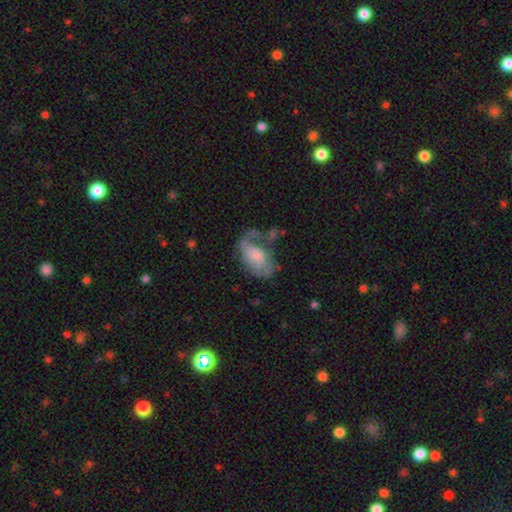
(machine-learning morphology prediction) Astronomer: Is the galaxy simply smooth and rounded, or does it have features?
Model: featured or disk — 58% (runner-up: smooth, 35%).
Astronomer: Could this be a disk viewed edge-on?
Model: no — 97%.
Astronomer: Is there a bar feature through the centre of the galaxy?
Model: no — 64%.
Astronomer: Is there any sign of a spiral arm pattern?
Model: yes — 76%.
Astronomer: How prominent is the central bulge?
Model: small — 30% (runner-up: moderate, 29%).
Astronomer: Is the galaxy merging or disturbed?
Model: major disturbance — 37% (runner-up: none, 31%).